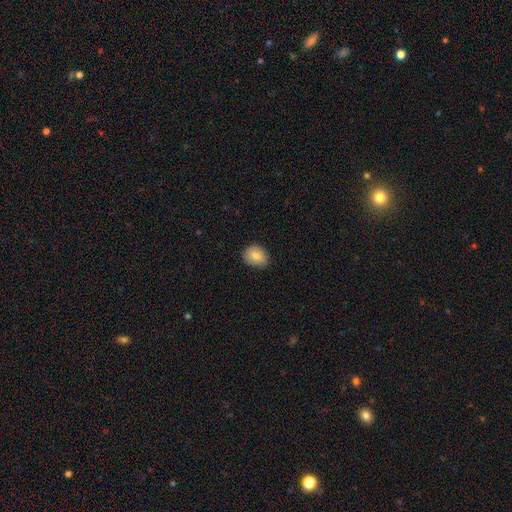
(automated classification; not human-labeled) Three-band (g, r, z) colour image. It shows a smooth galaxy with no disk features (83%) that is in between round and cigar-shaped (58%). Merging: none (80%).